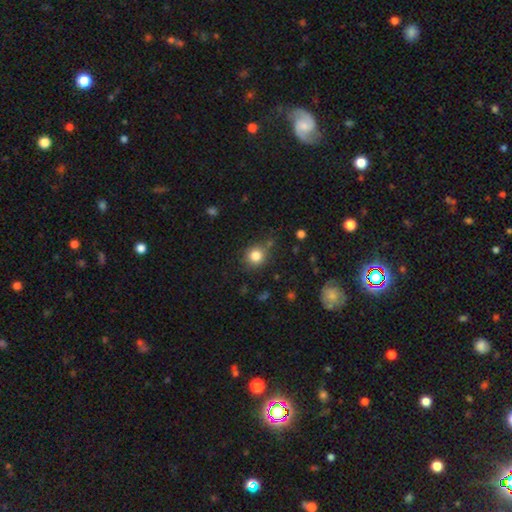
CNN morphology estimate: Smooth or featured? smooth (82%)
How rounded? round (87%)
Merging? none (77%)